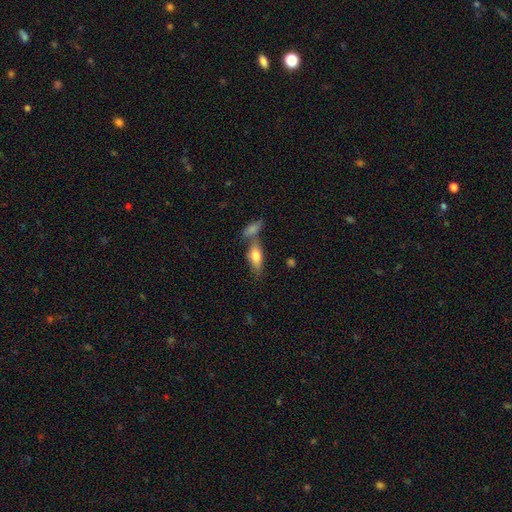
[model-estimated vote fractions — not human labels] A smooth galaxy with no disk features (69%) that is in between round and cigar-shaped (66%). Merging: none (49%).